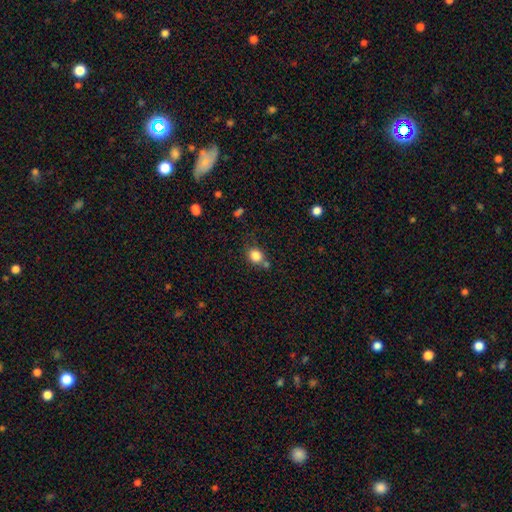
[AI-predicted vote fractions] A smooth galaxy with no disk features (83%) that is round (73%). Merging: none (63%).